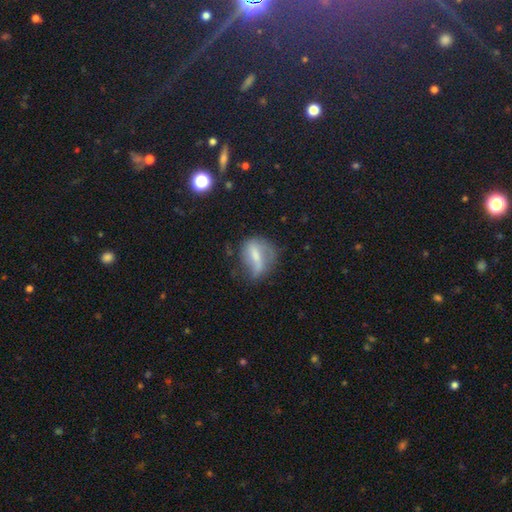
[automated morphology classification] Smooth or featured? smooth (46%)
Merging? none (42%)